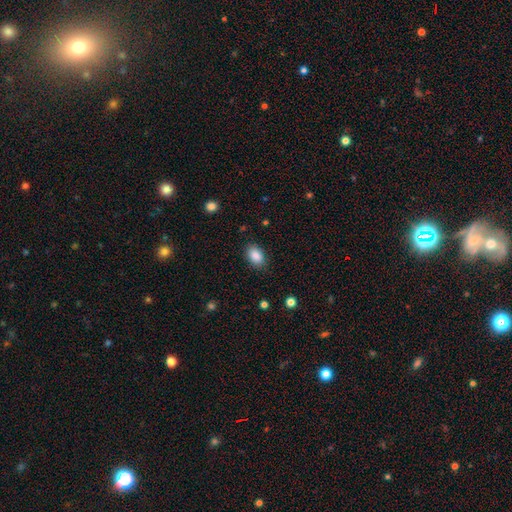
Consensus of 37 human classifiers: This appears to be a smooth galaxy with no disk features (92%) that is in between round and cigar-shaped (88%). Merging: none (97%).